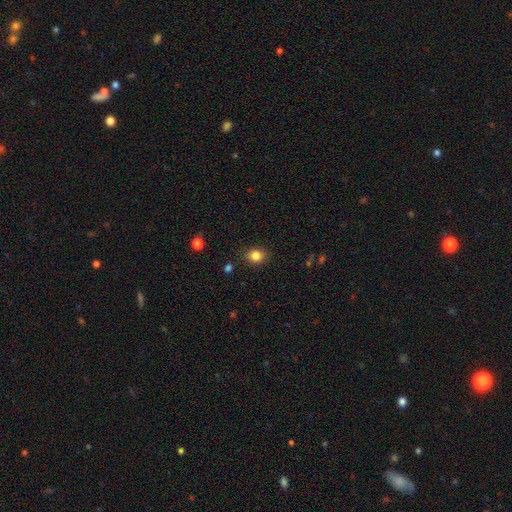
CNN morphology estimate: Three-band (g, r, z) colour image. It shows a smooth galaxy with no disk features (83%) that is round (59%). Merging: none (86%).